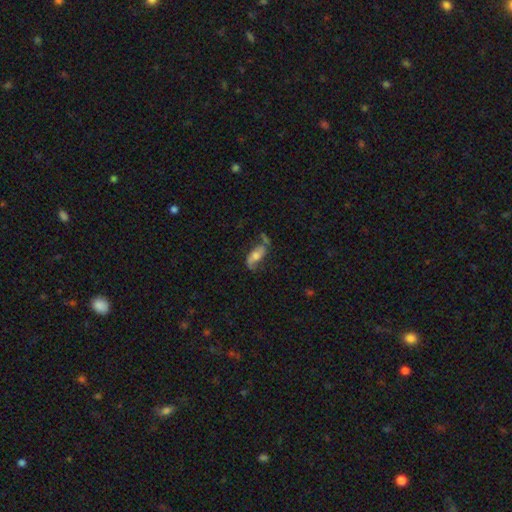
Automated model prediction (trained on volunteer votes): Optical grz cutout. It shows a featured or disk galaxy (56%). Merging: none (52%).